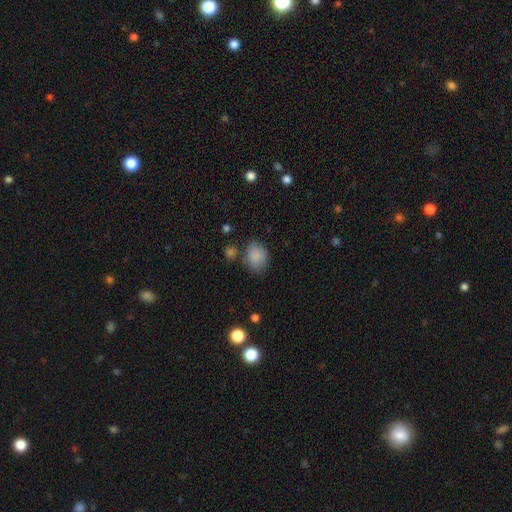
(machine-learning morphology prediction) This is clearly a smooth galaxy (85%). How rounded: likely in between (61%). Merging: likely none (69%).